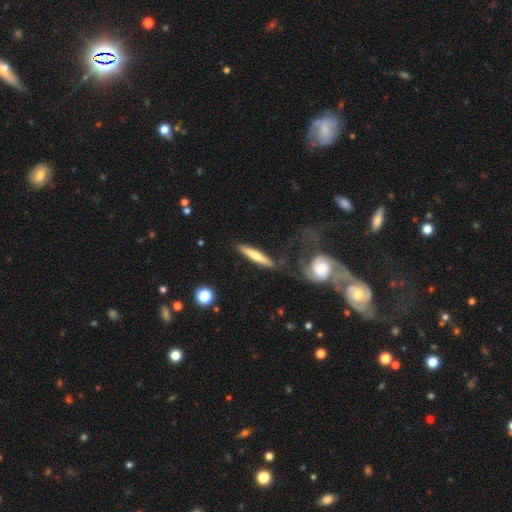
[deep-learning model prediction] Smooth or featured? featured or disk (51%)
Edge-on disk? yes (86%)
Merging? none (77%)